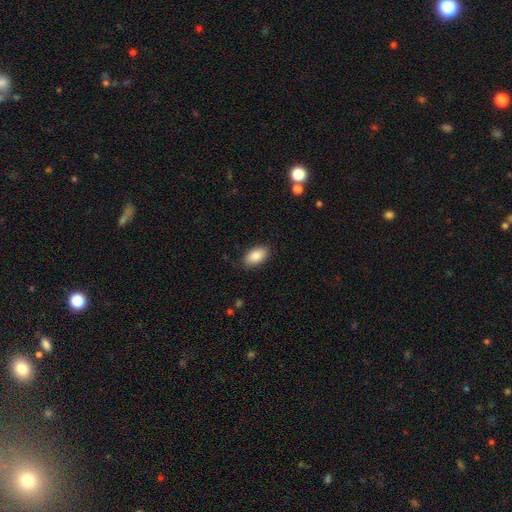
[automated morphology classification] Q: Smooth or featured?
A: smooth (87%); runner-up: star or artifact (7%)
Q: How rounded?
A: in between (93%); runner-up: round (5%)
Q: Merging?
A: none (85%); runner-up: minor disturbance (12%)